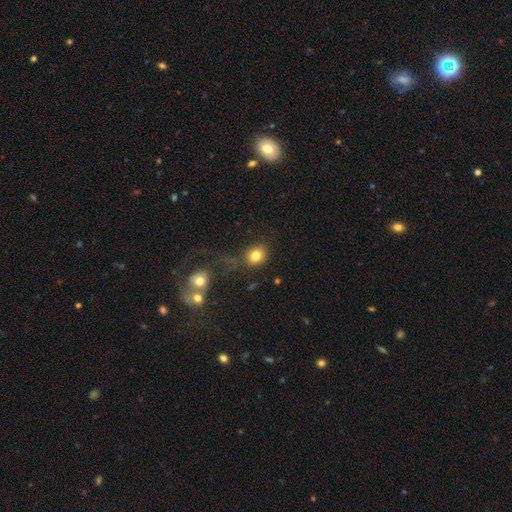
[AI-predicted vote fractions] smooth_or_featured: smooth (p=0.81) [alt: star or artifact p=0.11]
how_rounded: round (p=0.64) [alt: in between p=0.35]
merging: none (p=0.63) [alt: minor disturbance p=0.14]